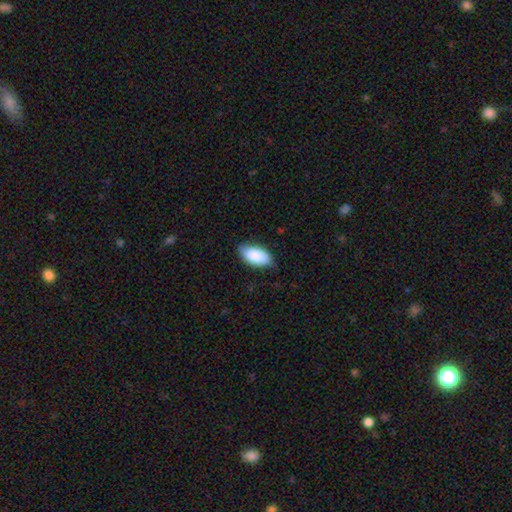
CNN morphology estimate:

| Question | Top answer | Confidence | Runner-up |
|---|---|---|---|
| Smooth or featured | smooth | 88% | featured or disk (6%) |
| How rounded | in between | 94% | cigar-shaped (4%) |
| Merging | none | 79% | minor disturbance (18%) |